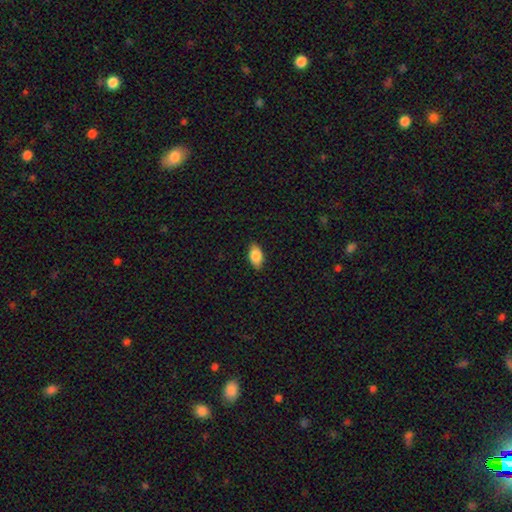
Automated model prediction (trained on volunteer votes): This appears to be a smooth galaxy with no disk features (84%) that is in between round and cigar-shaped (91%). Merging: none (86%).